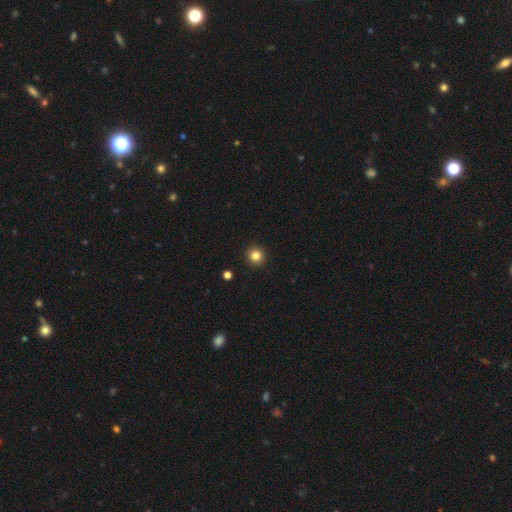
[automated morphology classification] Smooth or featured? Predicted: smooth (p=0.84). How rounded? Predicted: round (p=0.90). Merging? Predicted: none (p=0.92).